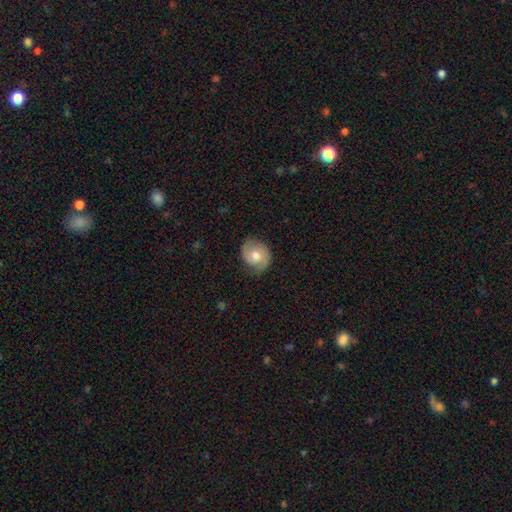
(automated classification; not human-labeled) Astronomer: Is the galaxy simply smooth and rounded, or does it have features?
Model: featured or disk — 52% (runner-up: smooth, 42%).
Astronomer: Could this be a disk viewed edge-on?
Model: no — 97%.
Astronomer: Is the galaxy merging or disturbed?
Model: none — 72%.